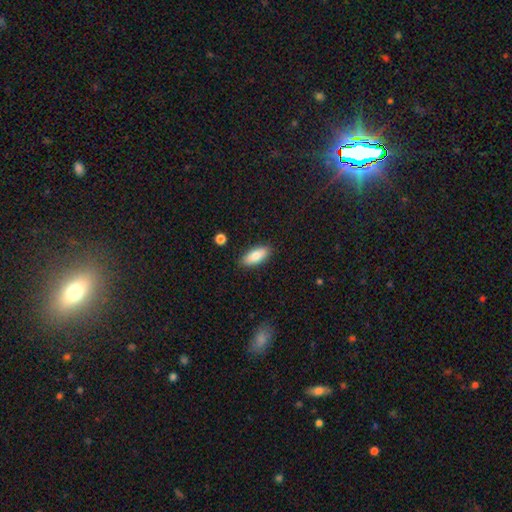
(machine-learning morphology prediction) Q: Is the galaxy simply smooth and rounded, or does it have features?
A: smooth — 79%.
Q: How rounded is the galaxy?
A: in between — 82%.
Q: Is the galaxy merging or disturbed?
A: none — 87%.